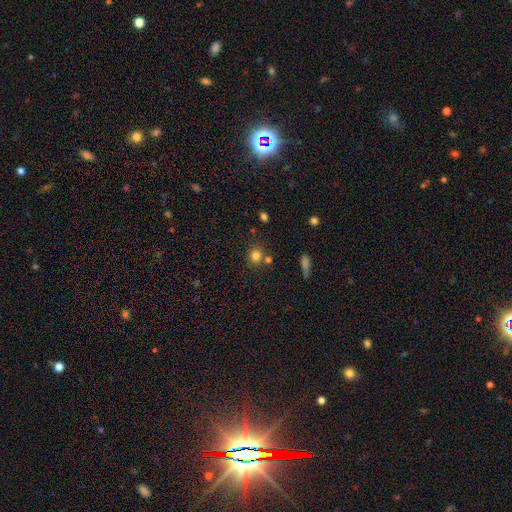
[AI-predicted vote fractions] The model was most divided on "merging": none: 69%, merger: 17%, minor disturbance: 10%, major disturbance: 4%. More confident: how rounded — round (84%); smooth or featured — smooth (79%).